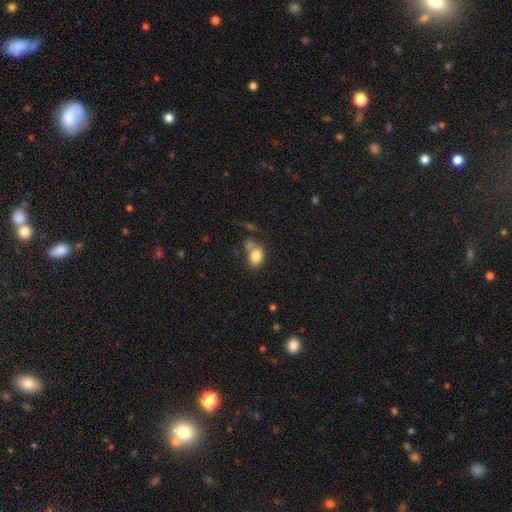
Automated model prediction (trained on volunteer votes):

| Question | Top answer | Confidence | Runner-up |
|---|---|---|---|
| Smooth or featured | smooth | 82% | star or artifact (10%) |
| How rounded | in between | 66% | round (33%) |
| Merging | none | 50% | merger (21%) |